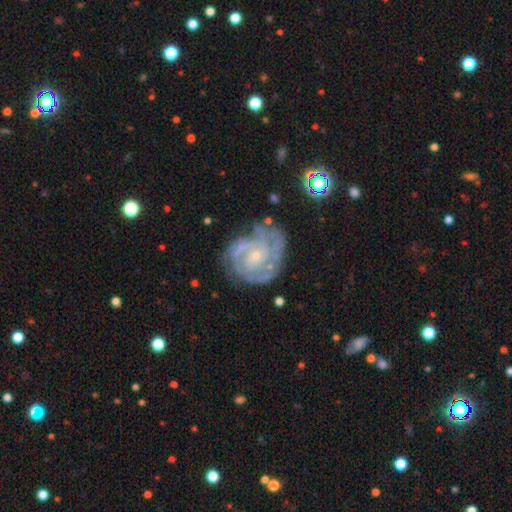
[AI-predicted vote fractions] This is clearly a featured or disk galaxy (86%). It is clearly not viewed edge-on (98%). Bar: likely no (70%). Spiral arm pattern: clearly yes (95%). Spiral arm count: marginally 2 (28%). Spiral winding: likely tight (70%). Central bulge: likely small (77%). Merging: likely none (65%).